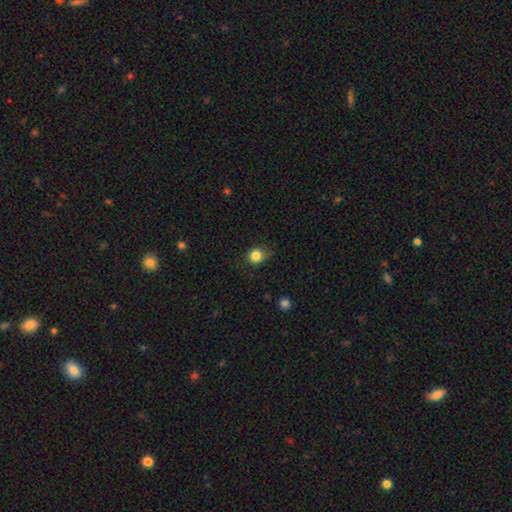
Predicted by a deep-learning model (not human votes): Smooth or featured? Predicted: smooth (p=0.84). How rounded? Predicted: round (p=0.83). Merging? Predicted: none (p=0.70).